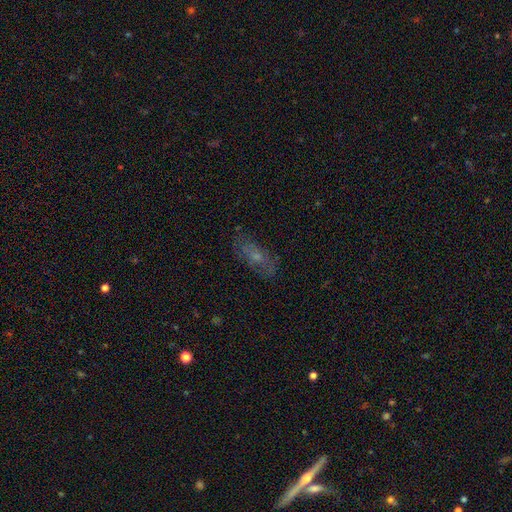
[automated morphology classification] Q: Smooth or featured?
A: smooth (43%); runner-up: featured or disk (42%)
Q: Merging?
A: none (76%); runner-up: minor disturbance (17%)